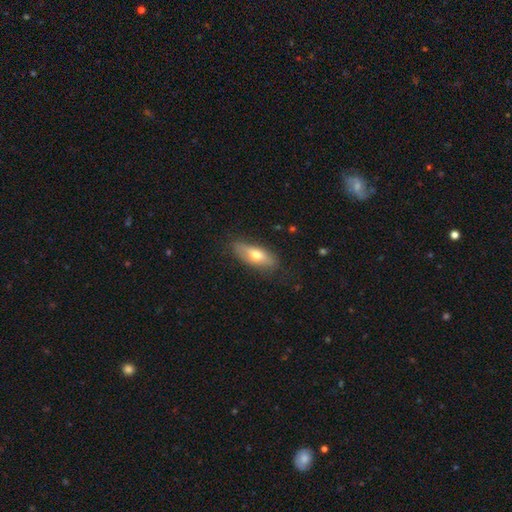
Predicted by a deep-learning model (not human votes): A smooth galaxy with no disk features (60%) that is in between round and cigar-shaped (68%). Merging: none (78%).